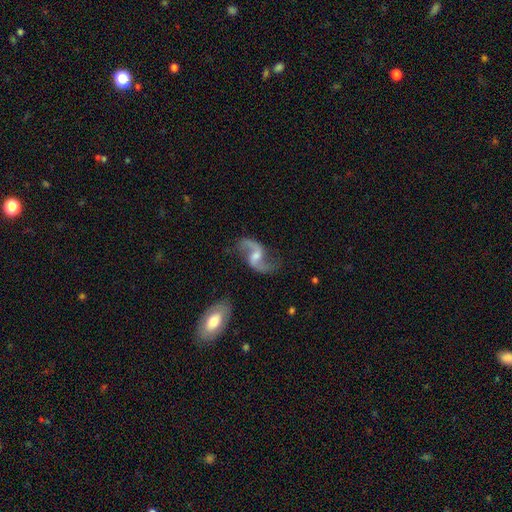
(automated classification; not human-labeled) This appears to be a featured or disk galaxy (90%) with a weak bar (49%), 2 (94%) loose (81%) spiral arms (97%) and a moderate central bulge (41%). Merging: none (75%).